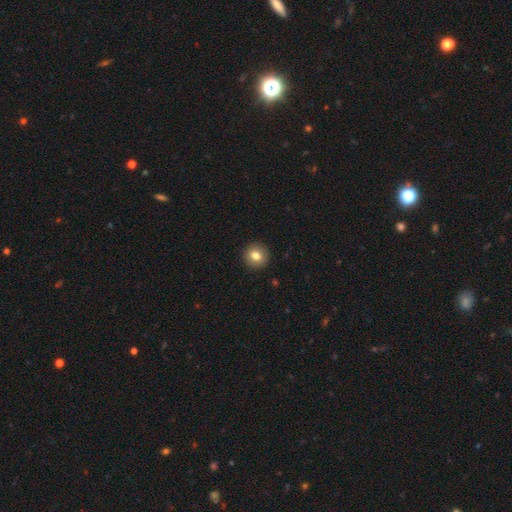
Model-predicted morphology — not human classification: The model was most divided on "smooth or featured": smooth: 81%, star or artifact: 10%, featured or disk: 9%. More confident: how rounded — round (94%); merging — none (93%).